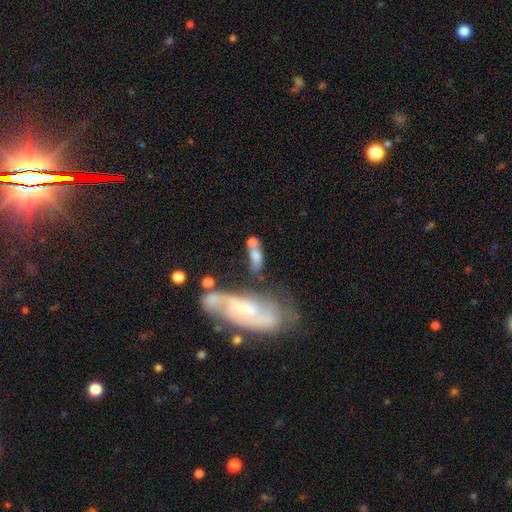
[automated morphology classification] Q: Smooth or featured?
A: smooth (61%); runner-up: featured or disk (29%)
Q: How rounded?
A: in between (63%); runner-up: cigar-shaped (30%)
Q: Merging?
A: merger (41%); runner-up: none (31%)